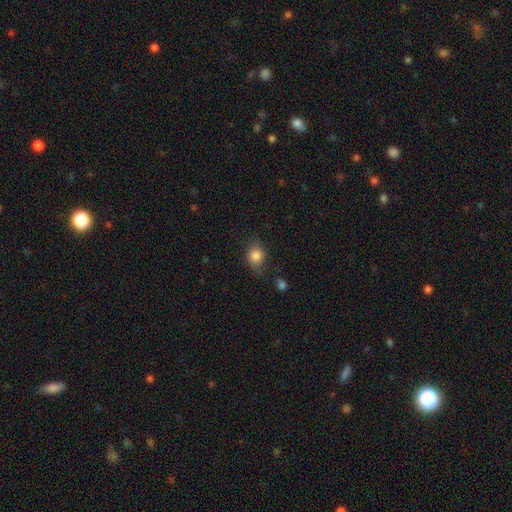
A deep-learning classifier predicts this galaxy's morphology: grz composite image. It shows a smooth galaxy with no disk features (82%) that is round (64%). Merging: none (67%).